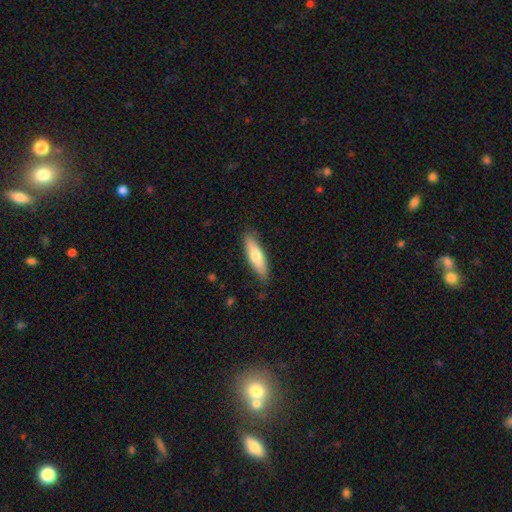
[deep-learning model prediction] This is likely a smooth galaxy (67%). How rounded: likely cigar-shaped (64%). Merging: clearly none (84%).